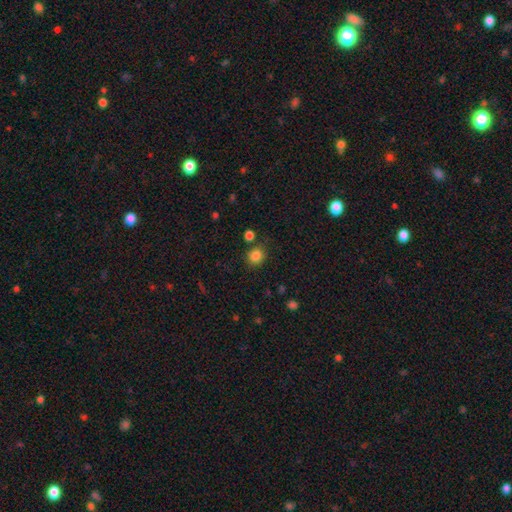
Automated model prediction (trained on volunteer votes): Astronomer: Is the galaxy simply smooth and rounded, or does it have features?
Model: smooth — 84%.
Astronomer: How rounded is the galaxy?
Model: round — 85%.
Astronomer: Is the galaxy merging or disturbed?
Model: none — 82%.